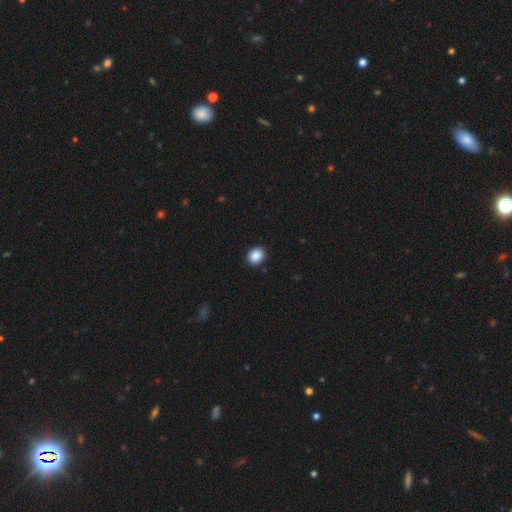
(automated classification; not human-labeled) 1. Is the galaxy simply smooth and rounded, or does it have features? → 89% smooth, 8% star or artifact, 3% featured or disk.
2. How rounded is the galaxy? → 50% in between, 49% round, 1% cigar-shaped.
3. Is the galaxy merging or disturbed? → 91% none, 6% minor disturbance, 2% major disturbance, 1% merger.